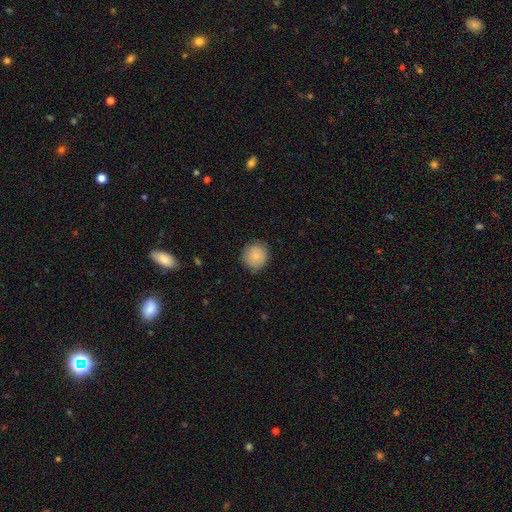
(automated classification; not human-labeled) smooth-or-featured: smooth: 85% | star or artifact: 8% | featured or disk: 7%
  how-rounded: round: 89% | in between: 10% | cigar-shaped: 1%
  merging: none: 85% | minor disturbance: 11% | major disturbance: 2% | merger: 1%